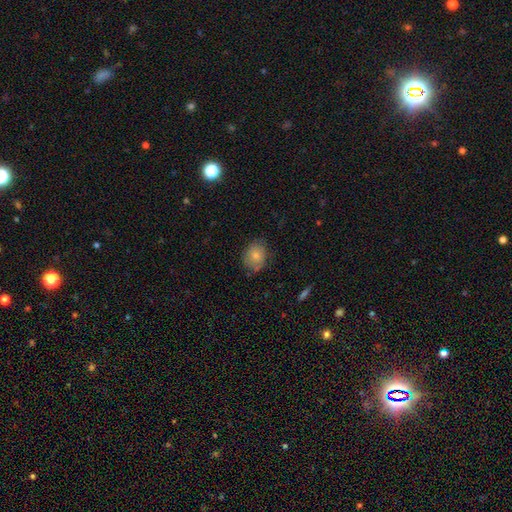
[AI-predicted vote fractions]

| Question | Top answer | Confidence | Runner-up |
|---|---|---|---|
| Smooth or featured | smooth | 78% | featured or disk (14%) |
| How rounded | round | 50% | in between (49%) |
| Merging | none | 73% | minor disturbance (20%) |